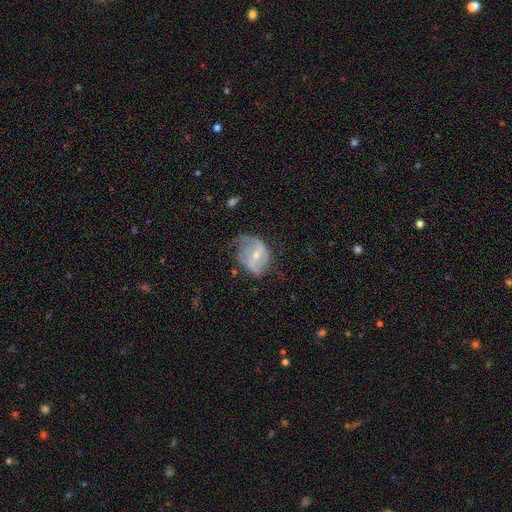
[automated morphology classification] This appears to be a featured or disk galaxy (70%) with a weak bar (44%), 2 (64%) loose (42%) spiral arms (75%) and a small central bulge (53%). Merging: none (41%).